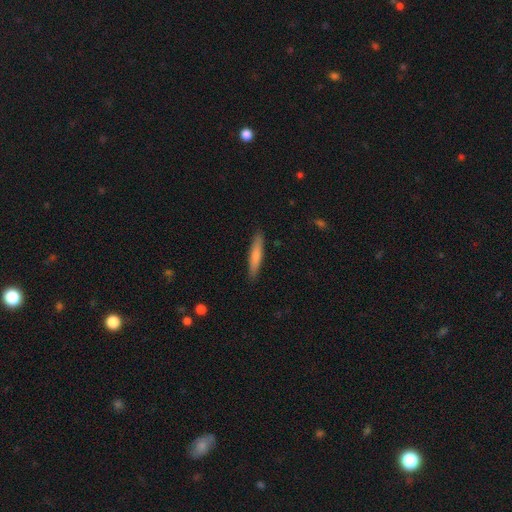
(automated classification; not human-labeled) Q: Smooth or featured?
A: smooth (76%); runner-up: featured or disk (19%)
Q: How rounded?
A: cigar-shaped (91%); runner-up: in between (8%)
Q: Merging?
A: none (89%); runner-up: minor disturbance (8%)